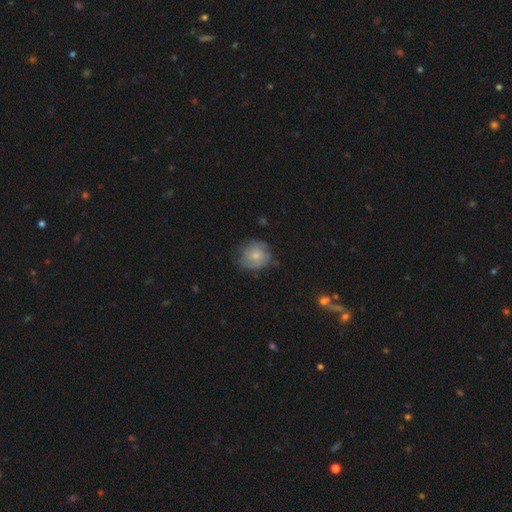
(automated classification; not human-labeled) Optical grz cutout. It shows a smooth galaxy with no disk features (54%) that is round (78%). Merging: none (61%).